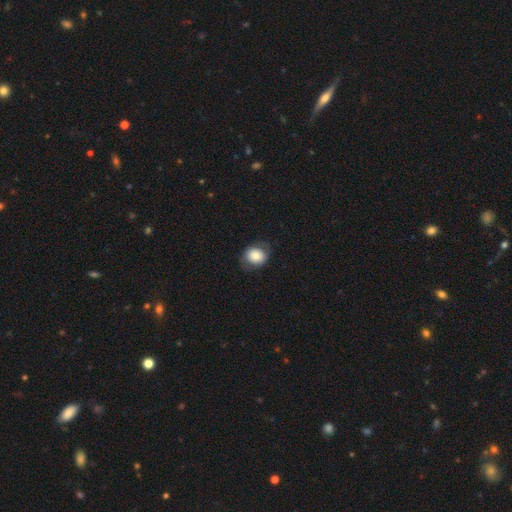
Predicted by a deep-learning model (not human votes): Overall: smooth (72%). How rounded: round (64%; in between 35%). Merging: none (75%).